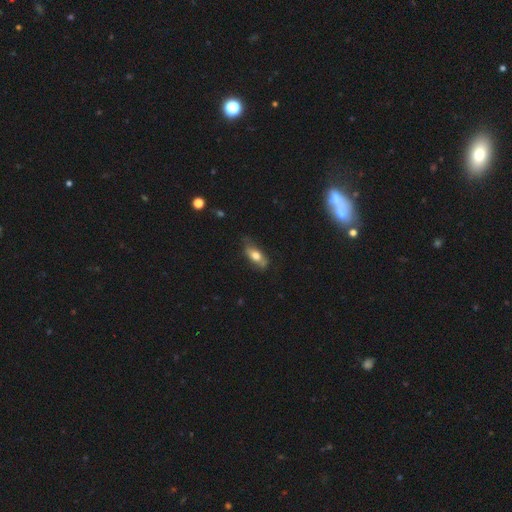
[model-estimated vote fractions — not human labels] Morphology: type=smooth (64%); roundness=in between (76%); merging=none (59%).